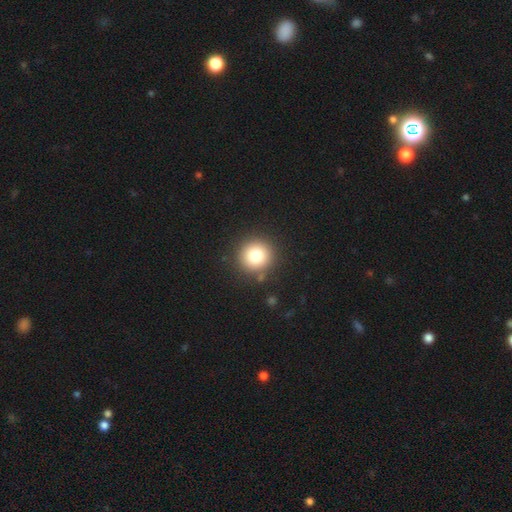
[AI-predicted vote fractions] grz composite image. It shows a smooth galaxy with no disk features (80%) that is round (93%). Merging: none (87%).